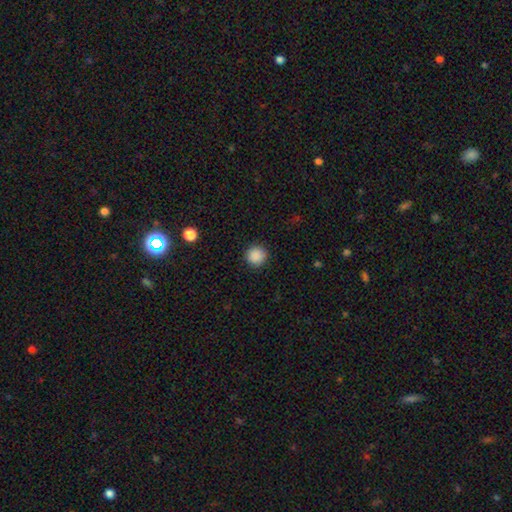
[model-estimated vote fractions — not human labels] Smooth or featured? smooth (89%)
How rounded? round (94%)
Merging? none (91%)